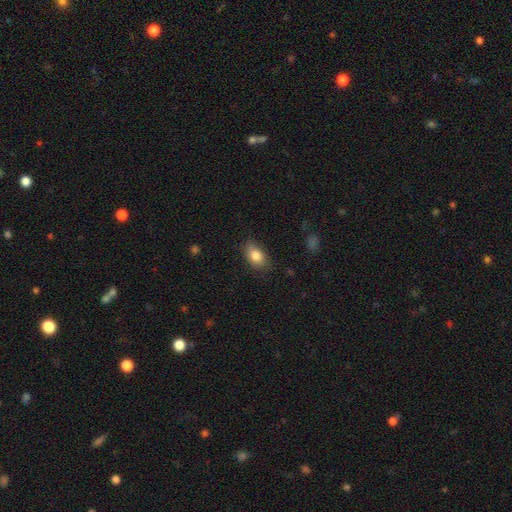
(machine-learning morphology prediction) smooth_or_featured: smooth (p=0.82) [alt: featured or disk p=0.09]
how_rounded: in between (p=0.85) [alt: round p=0.13]
merging: none (p=0.76) [alt: minor disturbance p=0.19]